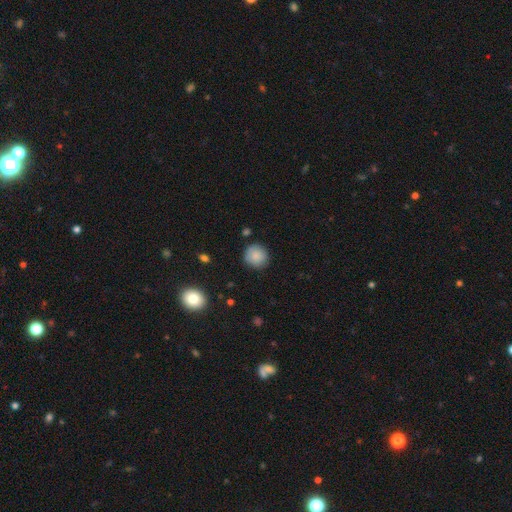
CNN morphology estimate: A smooth galaxy with no disk features (86%) that is round (91%).

Vote fractions:
- Smooth or featured? smooth: 86% / star or artifact: 8% / featured or disk: 6%
- How rounded? round: 91% / in between: 8% / cigar-shaped: 1%
- Merging? none: 85% / minor disturbance: 11% / major disturbance: 3% / merger: 1%